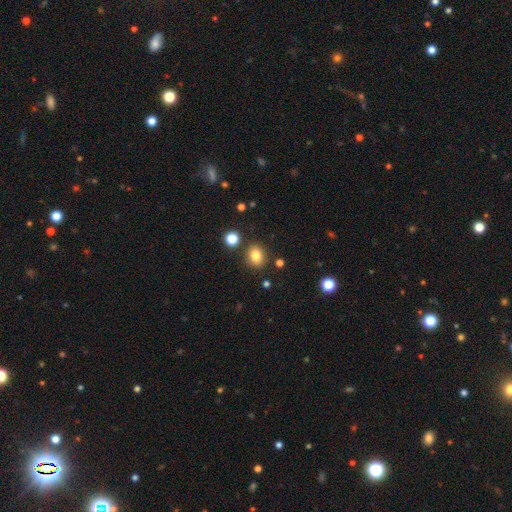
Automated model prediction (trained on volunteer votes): Smooth or featured?
  - smooth: 82% *
  - star or artifact: 12%
  - featured or disk: 6%
How rounded?
  - round: 62% *
  - in between: 37%
  - cigar-shaped: 1%
Merging?
  - none: 85% *
  - minor disturbance: 8%
  - merger: 4%
  - major disturbance: 3%